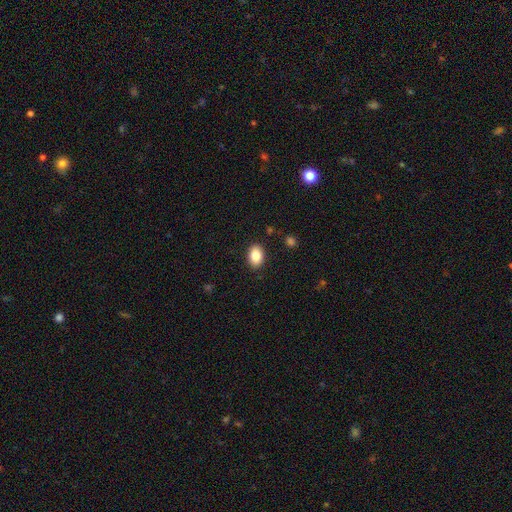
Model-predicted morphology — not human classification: type=smooth (86%); roundness=in between (83%); merging=none (89%).